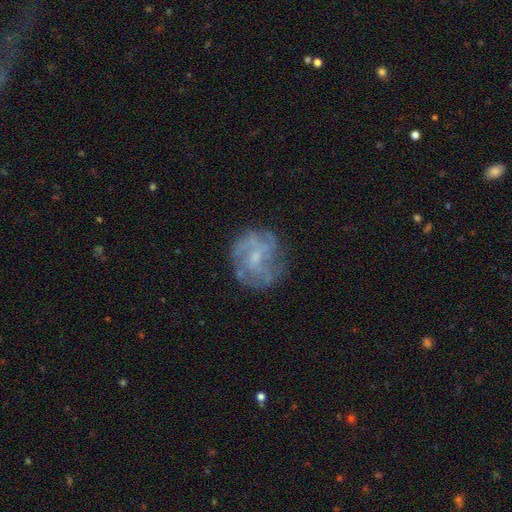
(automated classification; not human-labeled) Morphology: type=featured or disk (70%); edge-on=no (98%); bar=no (62%); spiral arms=yes (73%); bulge=small (58%); merging=none (70%).